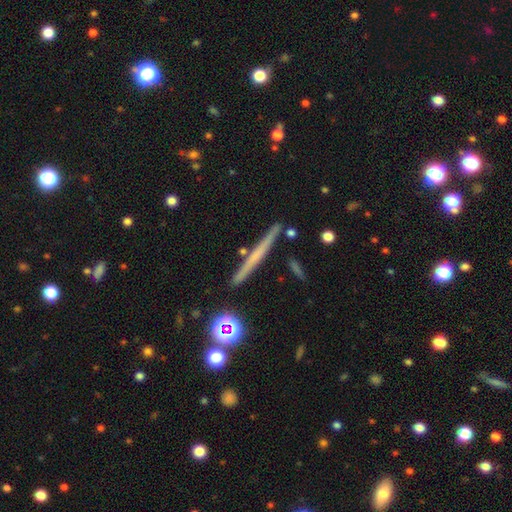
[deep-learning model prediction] smooth_or_featured: featured or disk (p=0.52) [alt: smooth p=0.39]
disk_edge_on: yes (p=0.97) [alt: no p=0.03]
edge_on_bulge: none (p=0.82) [alt: rounded p=0.14]
merging: none (p=0.89) [alt: minor disturbance p=0.07]